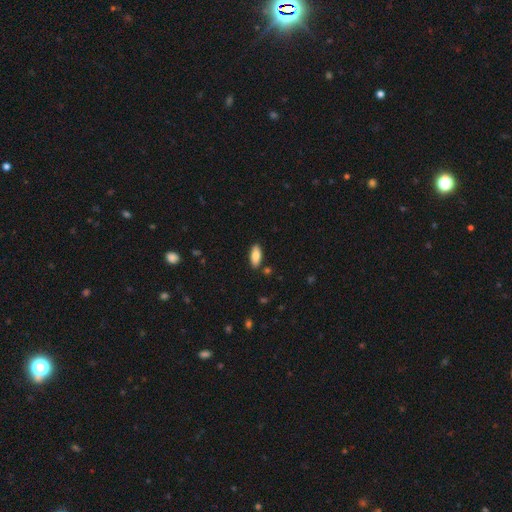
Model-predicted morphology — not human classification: A smooth galaxy with no disk features (84%) that is in between round and cigar-shaped (83%). Merging: none (87%).